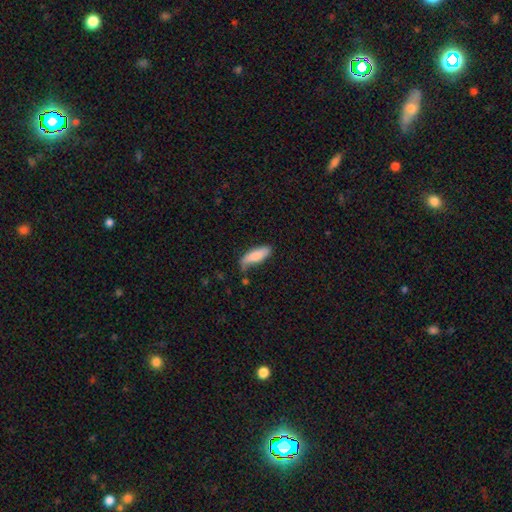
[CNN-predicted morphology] Smooth or featured?
  - smooth: 78% *
  - featured or disk: 16%
  - star or artifact: 6%
How rounded?
  - in between: 58% *
  - cigar-shaped: 40%
  - round: 2%
Merging?
  - none: 52% *
  - minor disturbance: 32%
  - major disturbance: 10%
  - merger: 6%